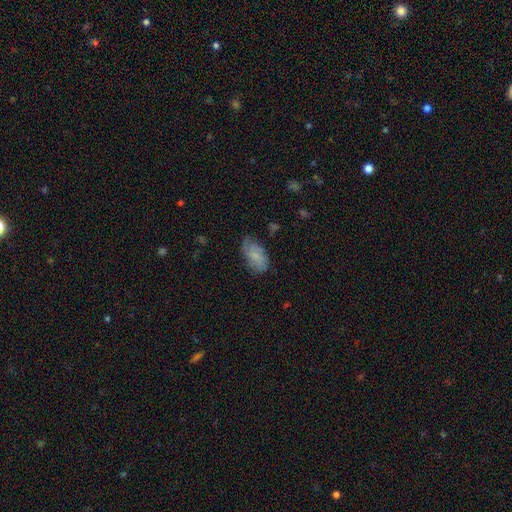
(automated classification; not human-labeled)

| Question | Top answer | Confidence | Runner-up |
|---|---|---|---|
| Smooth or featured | smooth | 67% | featured or disk (25%) |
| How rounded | in between | 93% | round (4%) |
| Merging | none | 62% | minor disturbance (28%) |